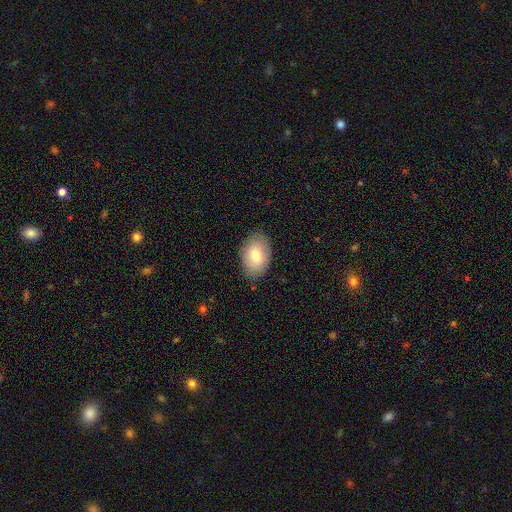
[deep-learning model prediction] Overall: smooth (75%). How rounded: in between (88%). Merging: none (84%).